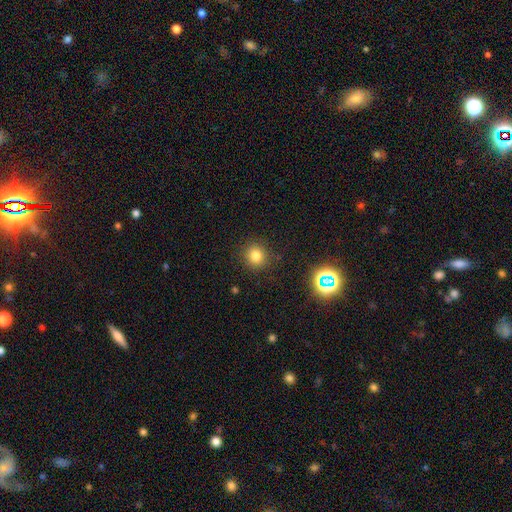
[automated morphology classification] Overall: smooth (78%). How rounded: round (90%). Merging: none (89%).